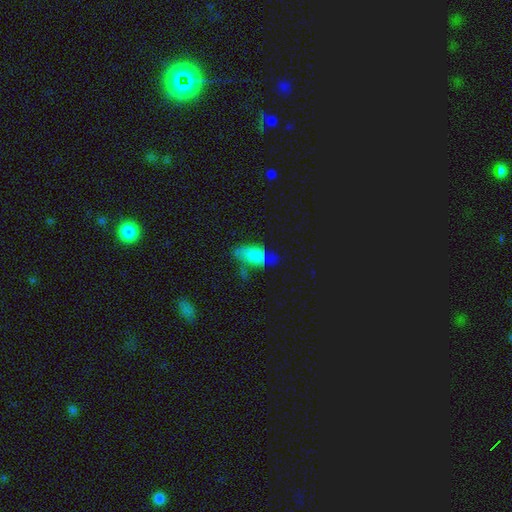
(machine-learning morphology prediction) The model was most divided on "merging": none: 33%, minor disturbance: 30%, major disturbance: 25%, merger: 13%. More confident: how rounded — in between (89%); smooth or featured — smooth (71%).